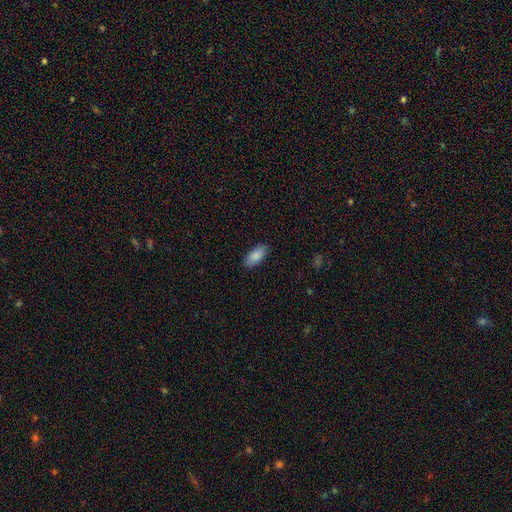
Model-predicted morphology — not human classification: Q: Smooth or featured?
A: smooth (88%); runner-up: star or artifact (6%)
Q: How rounded?
A: in between (89%); runner-up: cigar-shaped (10%)
Q: Merging?
A: none (88%); runner-up: minor disturbance (9%)